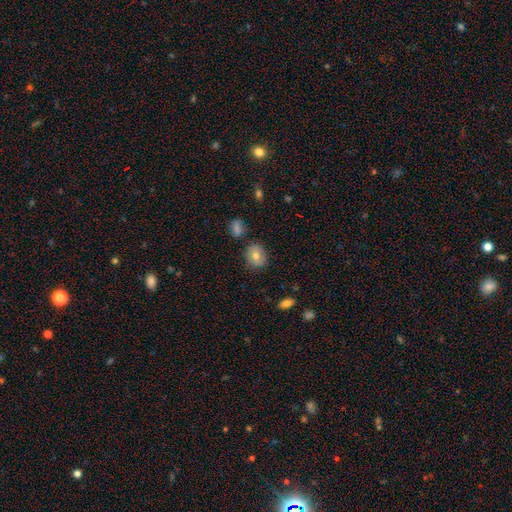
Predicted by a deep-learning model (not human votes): A smooth galaxy with no disk features (67%) that is round (56%).

Vote fractions:
- Smooth or featured? smooth: 67% / featured or disk: 24% / star or artifact: 9%
- How rounded? round: 56% / in between: 43% / cigar-shaped: 1%
- Merging? none: 79% / minor disturbance: 15% / major disturbance: 3% / merger: 3%